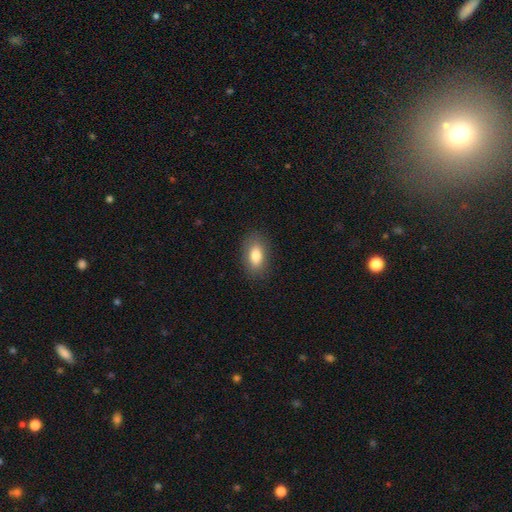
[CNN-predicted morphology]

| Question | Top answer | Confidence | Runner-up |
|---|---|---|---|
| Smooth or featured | smooth | 81% | featured or disk (11%) |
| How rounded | in between | 89% | round (7%) |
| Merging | none | 86% | minor disturbance (10%) |